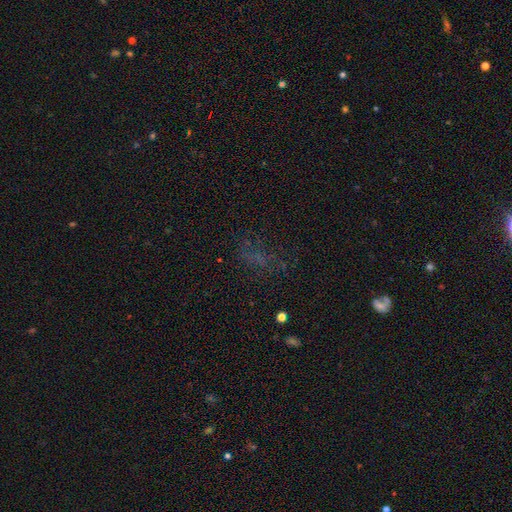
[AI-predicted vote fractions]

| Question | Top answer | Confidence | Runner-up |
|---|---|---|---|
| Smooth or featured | star or artifact | 42% | smooth (37%) |